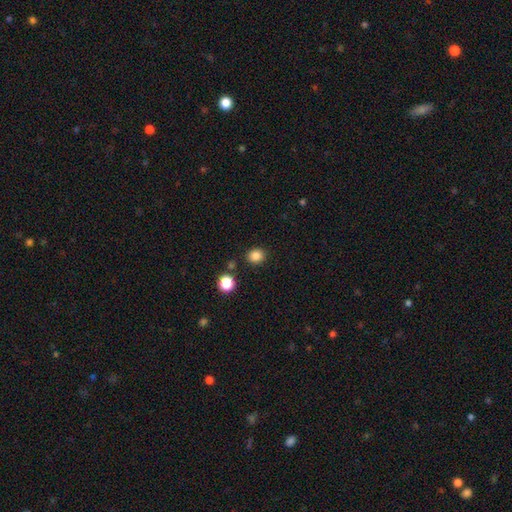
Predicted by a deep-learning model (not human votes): smooth_or_featured: smooth (p=0.84) [alt: star or artifact p=0.12]
how_rounded: round (p=0.74) [alt: in between p=0.25]
merging: none (p=0.87) [alt: minor disturbance p=0.07]